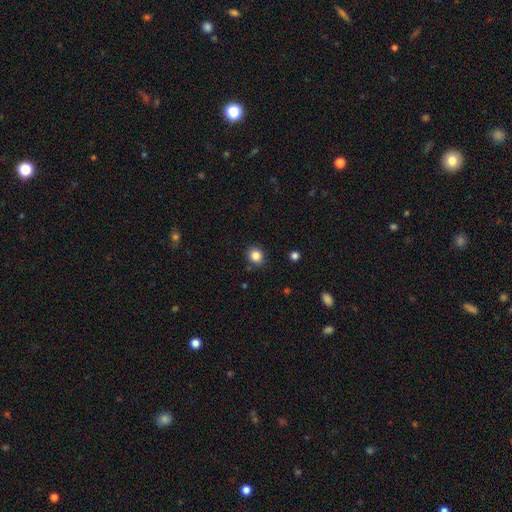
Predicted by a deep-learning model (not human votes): A smooth galaxy with no disk features (84%) that is round (79%). Merging: none (87%).